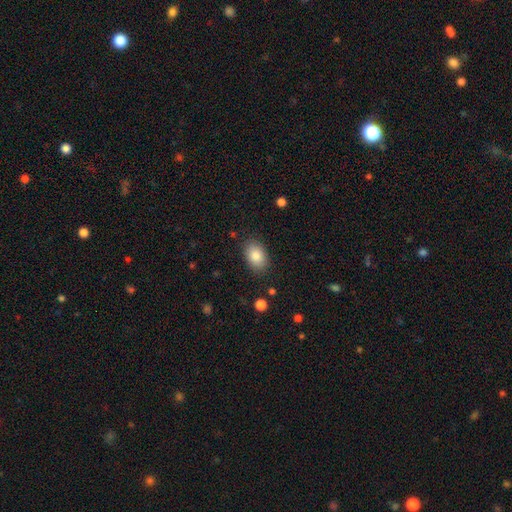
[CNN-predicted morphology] This appears to be a smooth galaxy with no disk features (85%) that is in between round and cigar-shaped (87%). Merging: none (85%).